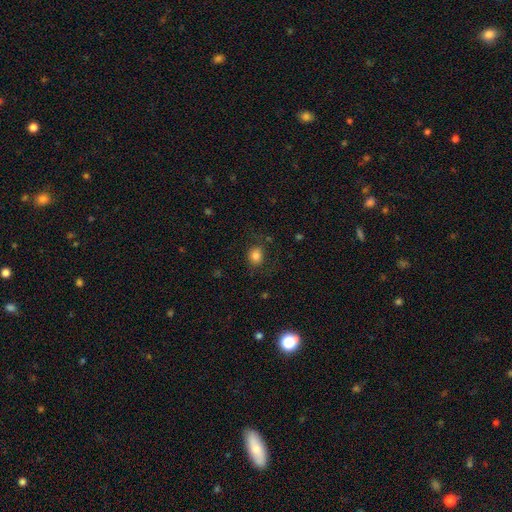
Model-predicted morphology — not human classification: type=smooth (82%); roundness=round (68%); merging=none (78%).